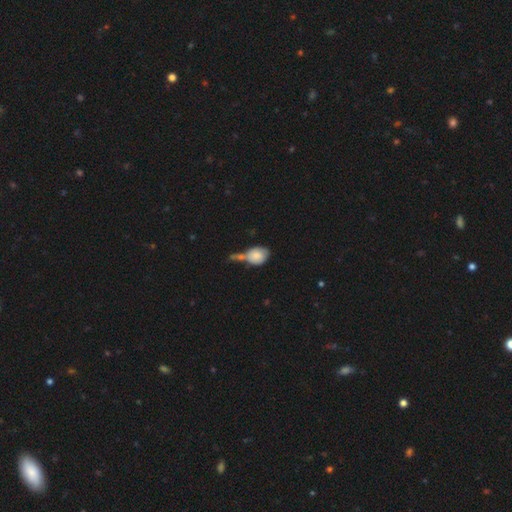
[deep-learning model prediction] Overall: smooth (78%). How rounded: in between (51%; round 47%). Merging: merger (43%; none 29%).